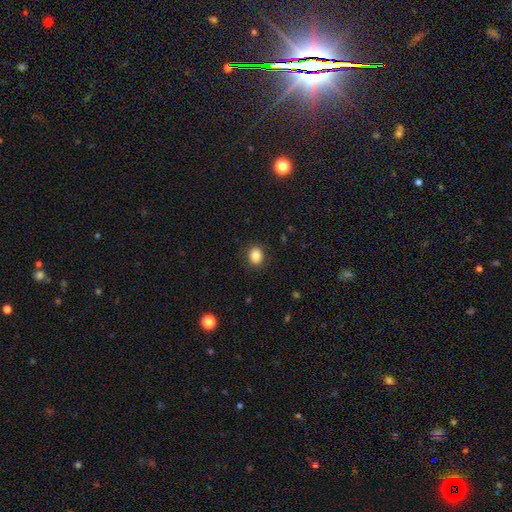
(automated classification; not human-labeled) Smooth or featured? Predicted: smooth (p=0.85). How rounded? Predicted: round (p=0.61). Merging? Predicted: none (p=0.89).